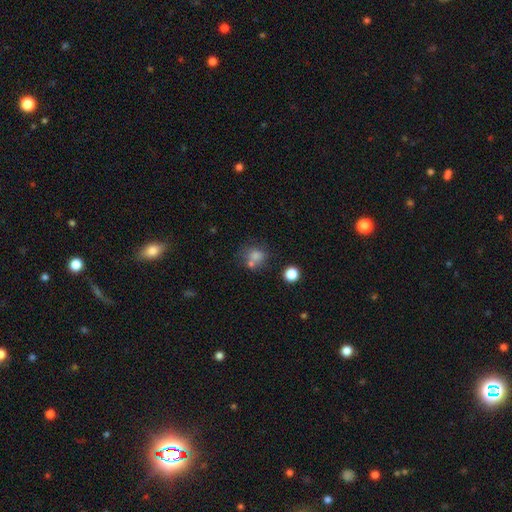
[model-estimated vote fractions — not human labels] A smooth galaxy with no disk features (72%) that is round (75%). Merging: none (48%).